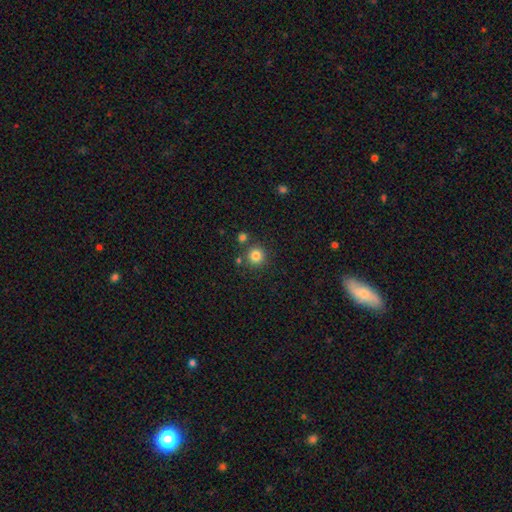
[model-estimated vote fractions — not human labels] smooth-or-featured: smooth: 82% | star or artifact: 12% | featured or disk: 5%
  how-rounded: round: 94% | in between: 5% | cigar-shaped: 1%
  merging: none: 81% | merger: 9% | minor disturbance: 8% | major disturbance: 3%